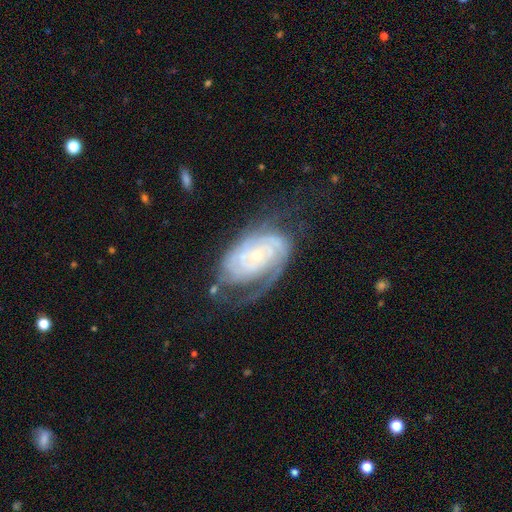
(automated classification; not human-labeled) Overall: featured or disk (87%). Edge-on disk: no (96%). Bar: no (68%). Spiral arms: yes (96%). Spiral arm count: 2 (38%; can't tell 28%). Spiral winding: tight (71%). Bulge size: small (66%; moderate 30%). Merging: none (58%; minor disturbance 22%).